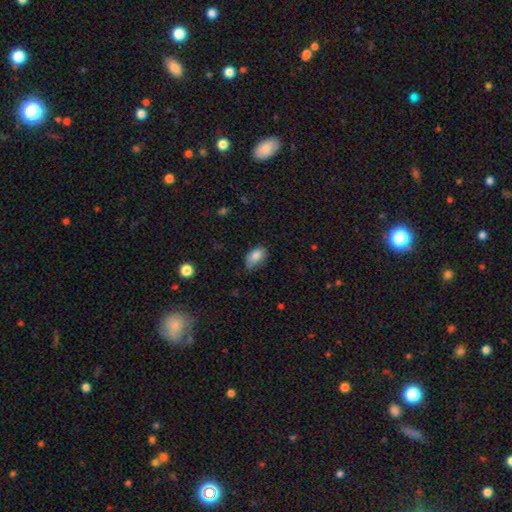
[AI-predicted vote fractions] Smooth or featured?
  - smooth: 81% *
  - featured or disk: 10%
  - star or artifact: 8%
How rounded?
  - in between: 88% *
  - round: 10%
  - cigar-shaped: 2%
Merging?
  - none: 54% *
  - minor disturbance: 36%
  - major disturbance: 8%
  - merger: 2%